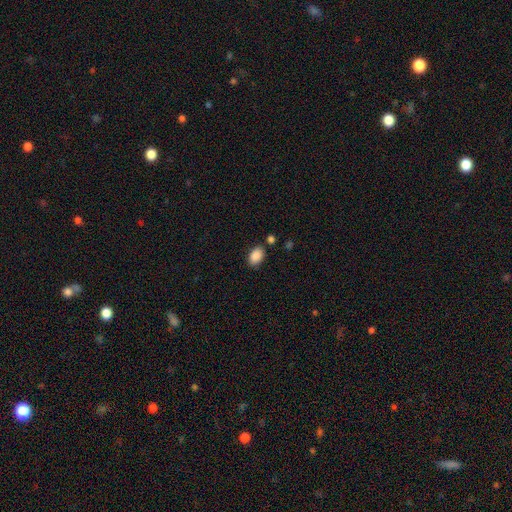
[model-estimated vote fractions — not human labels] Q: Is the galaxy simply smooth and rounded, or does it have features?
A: smooth — 89%.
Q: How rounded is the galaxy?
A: in between — 86%.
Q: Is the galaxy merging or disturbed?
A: none — 79%.